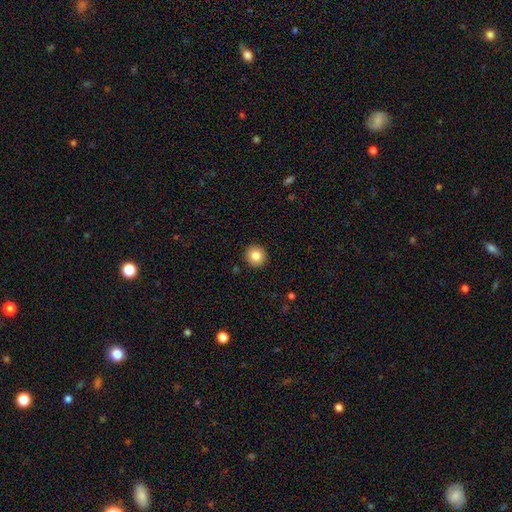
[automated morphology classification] Smooth or featured? Predicted: smooth (p=0.83). How rounded? Predicted: round (p=0.94). Merging? Predicted: none (p=0.93).